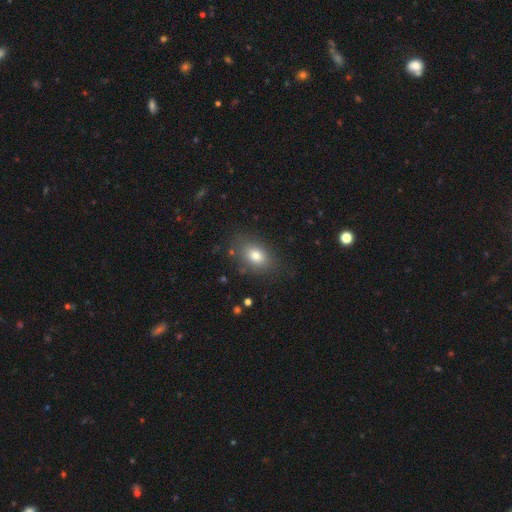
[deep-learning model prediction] Smooth or featured: smooth — 78% (featured or disk — 12%)
How rounded: in between — 79% (round — 20%)
Merging: none — 79% (minor disturbance — 14%)